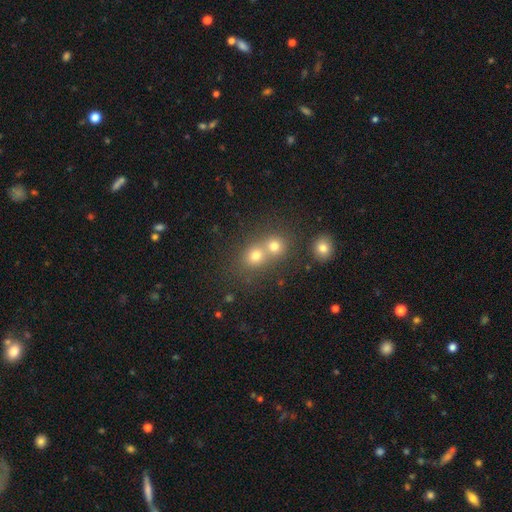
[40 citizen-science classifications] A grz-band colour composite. It shows a smooth galaxy with no disk features (85%) that is round (85%). Merging: merger (53%).